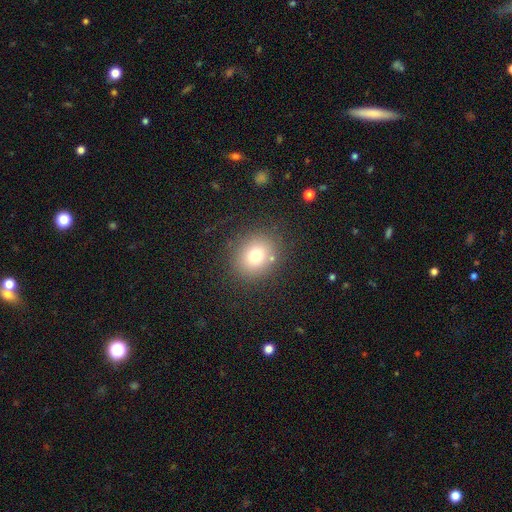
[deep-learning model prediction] A smooth galaxy with no disk features (74%) that is round (74%).

Vote fractions:
- Smooth or featured? smooth: 74% / star or artifact: 14% / featured or disk: 12%
- How rounded? round: 74% / in between: 25% / cigar-shaped: 1%
- Merging? none: 82% / minor disturbance: 10% / major disturbance: 5% / merger: 4%